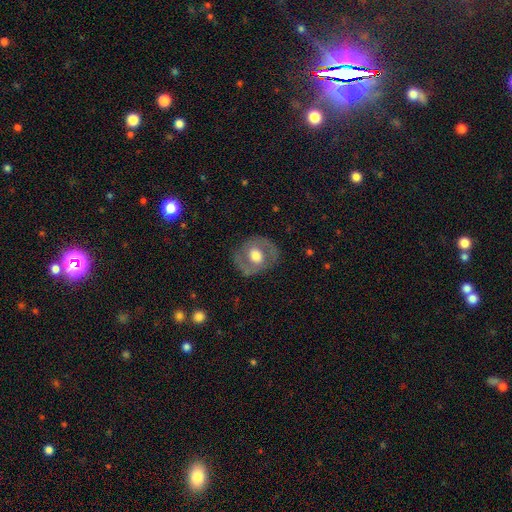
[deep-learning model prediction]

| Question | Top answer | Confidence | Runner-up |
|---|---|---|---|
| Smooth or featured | featured or disk | 58% | smooth (36%) |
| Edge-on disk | no | 95% | yes (5%) |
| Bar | no | 66% | weak (26%) |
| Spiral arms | no | 58% | yes (42%) |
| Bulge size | moderate | 50% | large (41%) |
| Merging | none | 78% | minor disturbance (14%) |